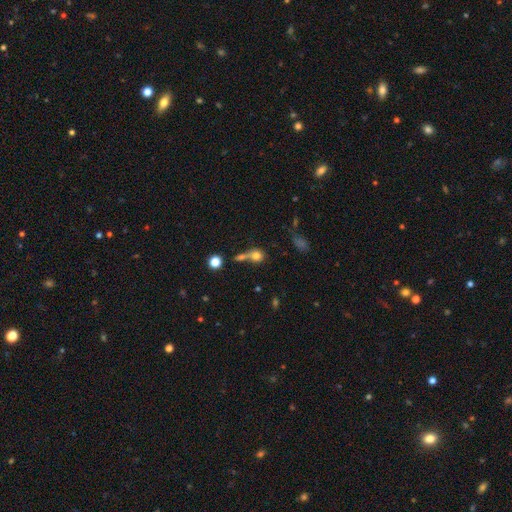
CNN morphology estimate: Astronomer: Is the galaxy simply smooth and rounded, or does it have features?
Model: smooth — 71%.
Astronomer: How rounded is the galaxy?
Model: round — 70%.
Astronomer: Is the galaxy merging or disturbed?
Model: merger — 40% (runner-up: none, 38%).